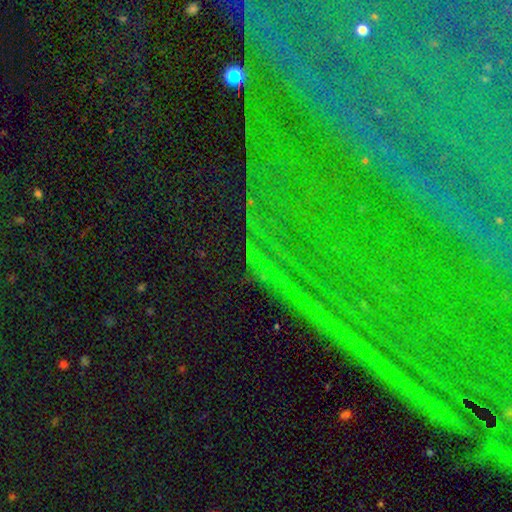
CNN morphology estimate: Overall: star or artifact (82%).